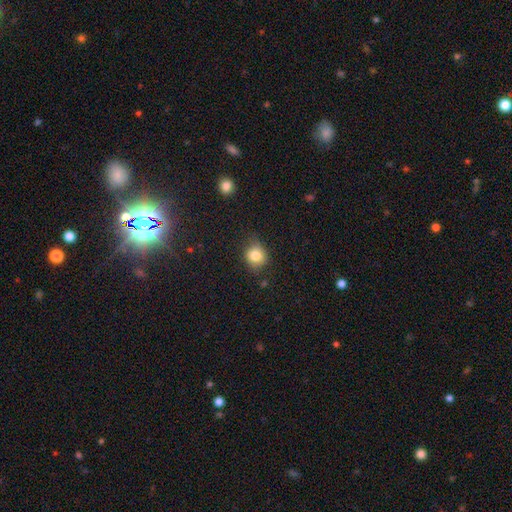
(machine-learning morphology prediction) Smooth or featured: smooth — 80% (star or artifact — 11%)
How rounded: round — 74% (in between — 25%)
Merging: none — 71% (minor disturbance — 22%)